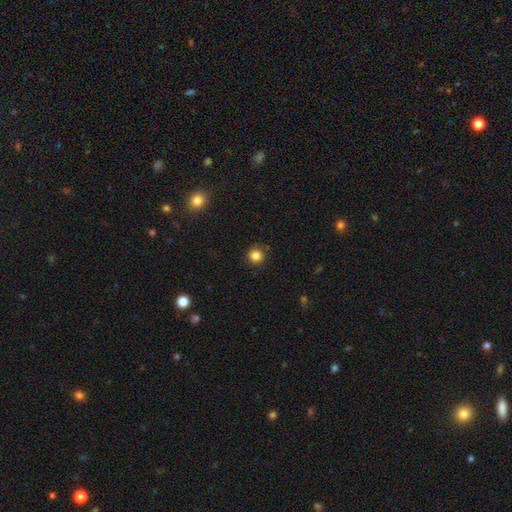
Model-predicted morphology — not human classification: Smooth or featured: smooth — 84% (star or artifact — 12%)
How rounded: round — 94% (in between — 5%)
Merging: none — 89% (minor disturbance — 7%)